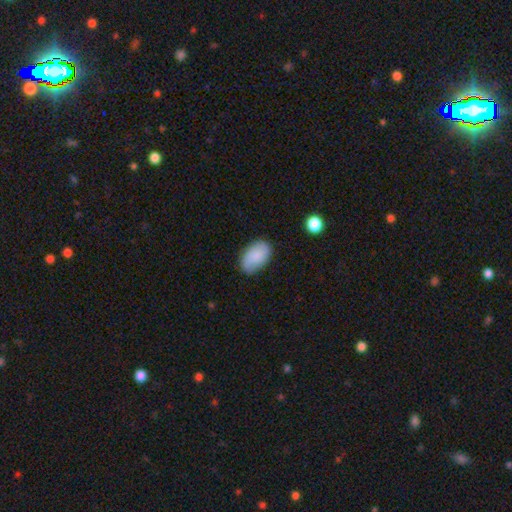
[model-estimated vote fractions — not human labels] smooth 86%, featured or disk 8%, star or artifact 6%. Down the decision tree: how rounded — in between (93%); merging — none (81%).